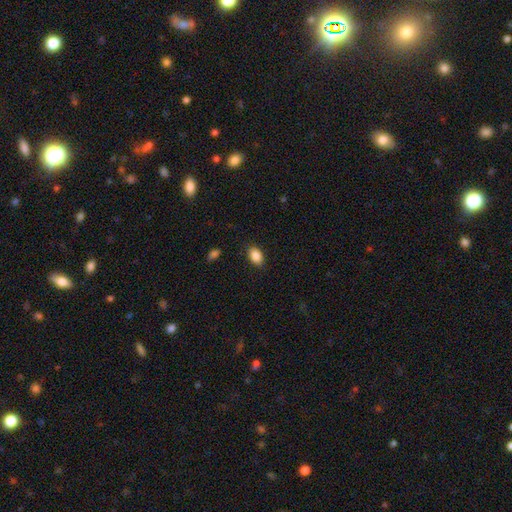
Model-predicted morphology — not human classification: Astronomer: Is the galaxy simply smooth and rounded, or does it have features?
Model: smooth — 88%.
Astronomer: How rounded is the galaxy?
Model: in between — 86%.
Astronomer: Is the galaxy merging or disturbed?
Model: none — 86%.